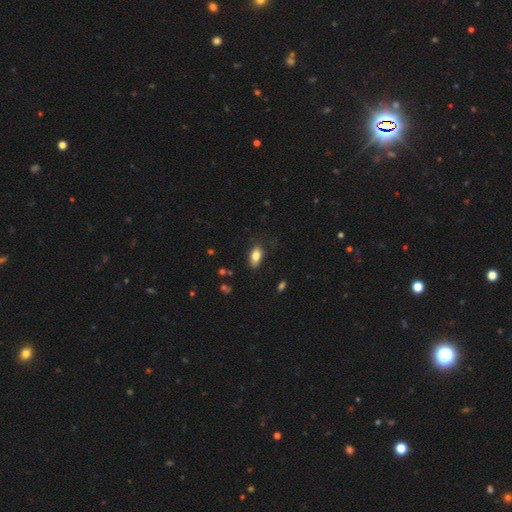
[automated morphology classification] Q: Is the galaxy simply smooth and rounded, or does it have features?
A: smooth — 81%.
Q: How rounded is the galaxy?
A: in between — 88%.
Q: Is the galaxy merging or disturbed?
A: none — 79%.